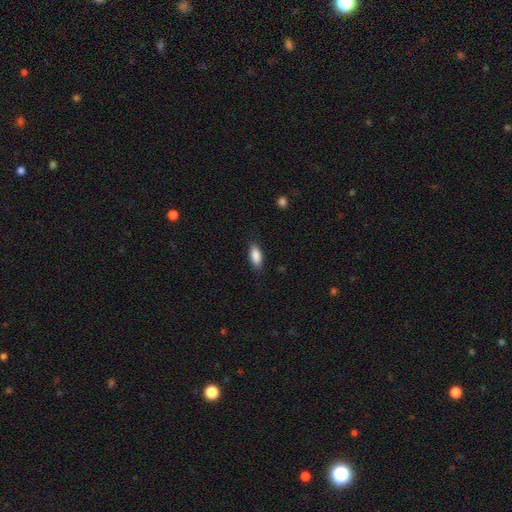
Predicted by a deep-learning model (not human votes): A smooth galaxy with no disk features (87%) that is in between round and cigar-shaped (80%).

Vote fractions:
- Smooth or featured? smooth: 87% / star or artifact: 7% / featured or disk: 6%
- How rounded? in between: 80% / cigar-shaped: 17% / round: 2%
- Merging? none: 83% / minor disturbance: 13% / major disturbance: 3% / merger: 1%